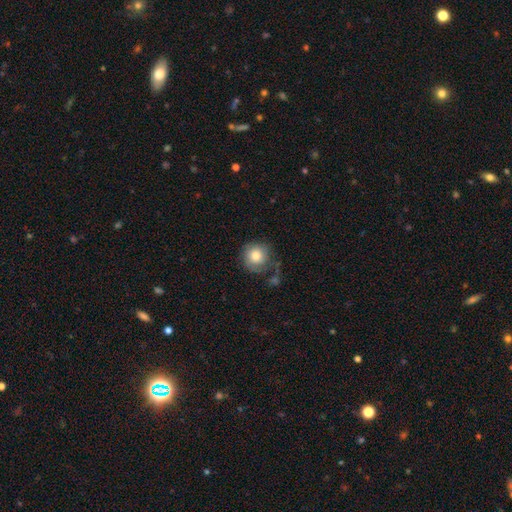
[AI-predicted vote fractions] Q: Smooth or featured?
A: smooth (76%); runner-up: featured or disk (16%)
Q: How rounded?
A: round (91%); runner-up: in between (8%)
Q: Merging?
A: none (61%); runner-up: minor disturbance (22%)